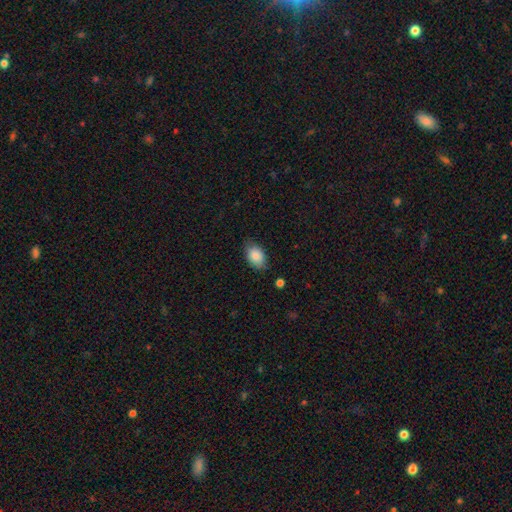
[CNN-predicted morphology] type=smooth (86%); roundness=in between (88%); merging=none (75%).